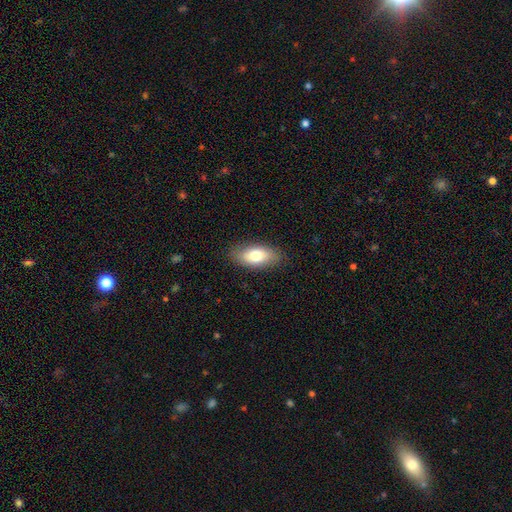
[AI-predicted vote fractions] A smooth galaxy with no disk features (76%) that is in between round and cigar-shaped (89%). Merging: none (85%).